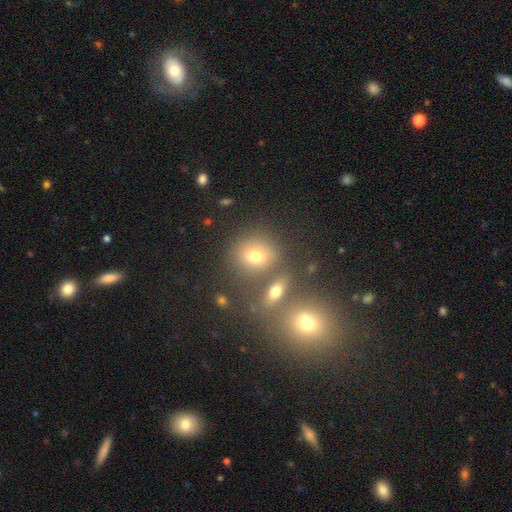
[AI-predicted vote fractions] smooth-or-featured: smooth: 68% | star or artifact: 17% | featured or disk: 16%
  how-rounded: round: 58% | in between: 39% | cigar-shaped: 3%
  merging: none: 59% | merger: 26% | minor disturbance: 11% | major disturbance: 5%